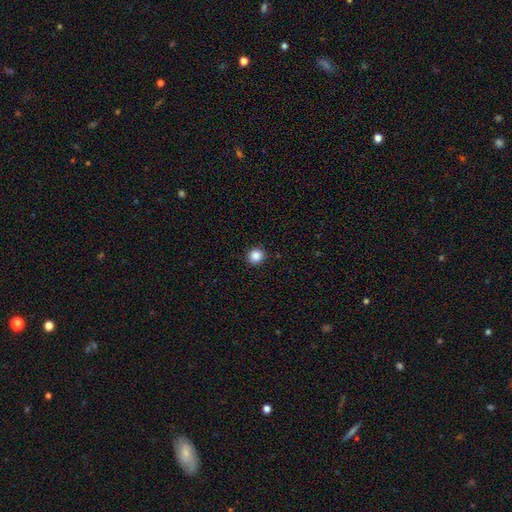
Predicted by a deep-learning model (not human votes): smooth 87%, star or artifact 10%, featured or disk 3%. Down the decision tree: how rounded — round (92%); merging — none (92%).